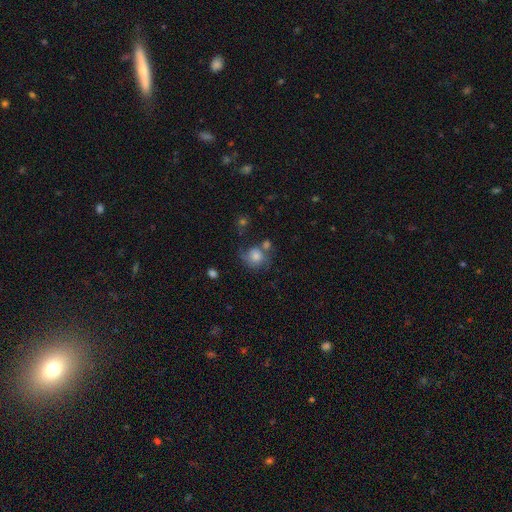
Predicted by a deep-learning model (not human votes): smooth_or_featured: smooth (p=0.60) [alt: featured or disk p=0.30]
how_rounded: round (p=0.77) [alt: in between p=0.22]
merging: none (p=0.43) [alt: minor disturbance p=0.22]